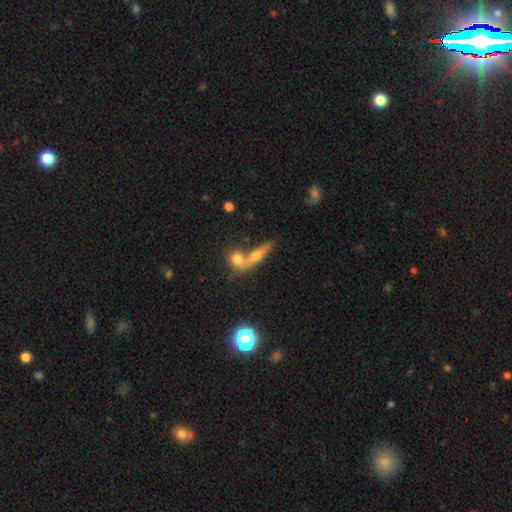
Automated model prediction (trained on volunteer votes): smooth 57%, featured or disk 34%, star or artifact 9%. Down the decision tree: how rounded — cigar-shaped (61%); merging — none (46%).